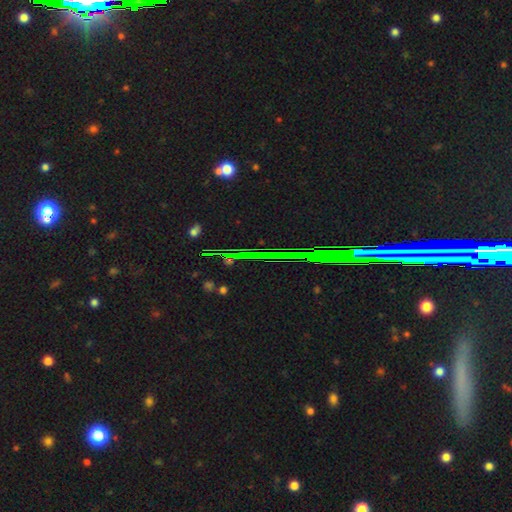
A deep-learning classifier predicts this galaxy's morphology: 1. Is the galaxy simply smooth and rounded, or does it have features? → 79% star or artifact, 11% featured or disk, 10% smooth.